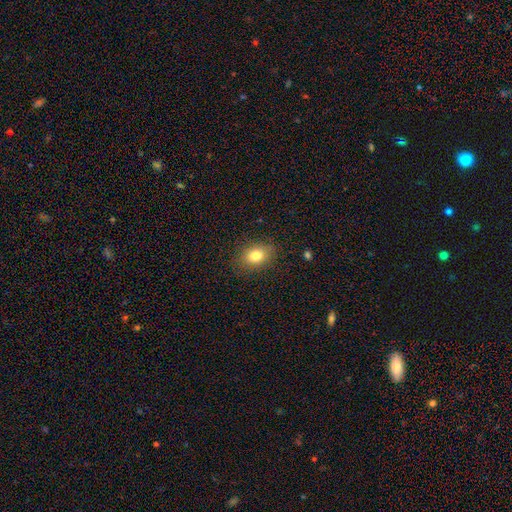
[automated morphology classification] smooth_or_featured: smooth (p=0.80) [alt: star or artifact p=0.10]
how_rounded: in between (p=0.73) [alt: round p=0.26]
merging: none (p=0.86) [alt: minor disturbance p=0.10]